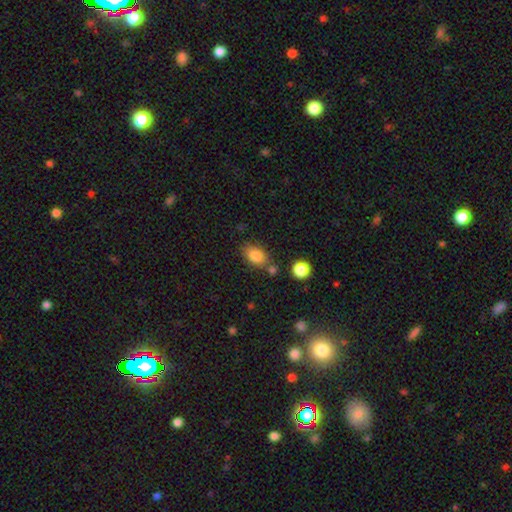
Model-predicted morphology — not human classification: This appears to be a smooth galaxy with no disk features (82%) that is in between round and cigar-shaped (83%). Merging: none (70%).